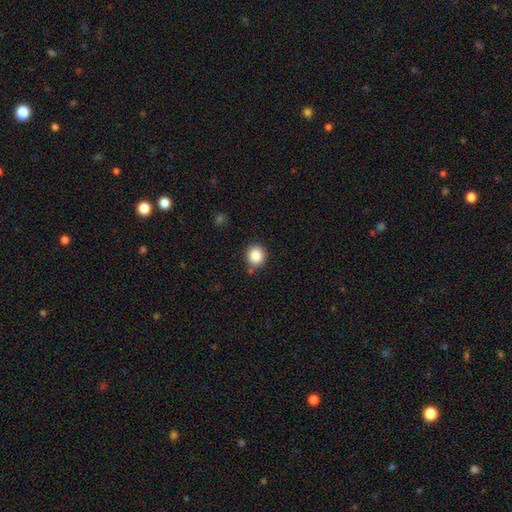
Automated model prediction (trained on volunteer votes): A smooth galaxy with no disk features (86%) that is round (83%).

Vote fractions:
- Smooth or featured? smooth: 86% / star or artifact: 9% / featured or disk: 5%
- How rounded? round: 83% / in between: 16% / cigar-shaped: 1%
- Merging? none: 84% / minor disturbance: 10% / merger: 4% / major disturbance: 3%